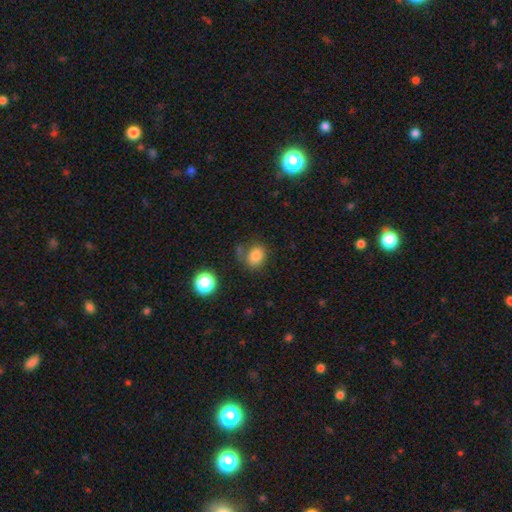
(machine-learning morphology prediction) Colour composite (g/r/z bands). It shows a smooth galaxy with no disk features (80%) that is round (55%). Merging: none (63%).